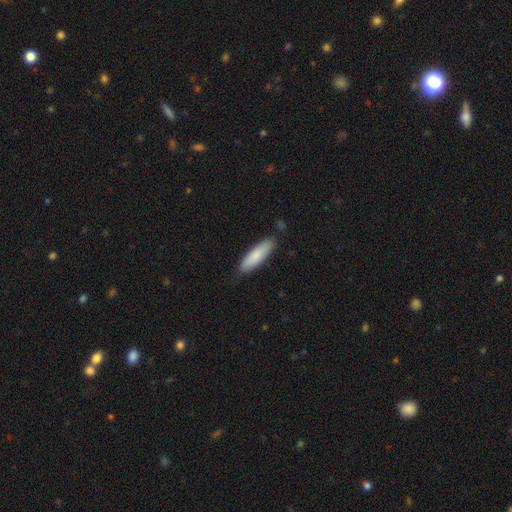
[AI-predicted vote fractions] This is clearly a smooth galaxy (84%). How rounded: likely cigar-shaped (63%). Merging: clearly none (84%).